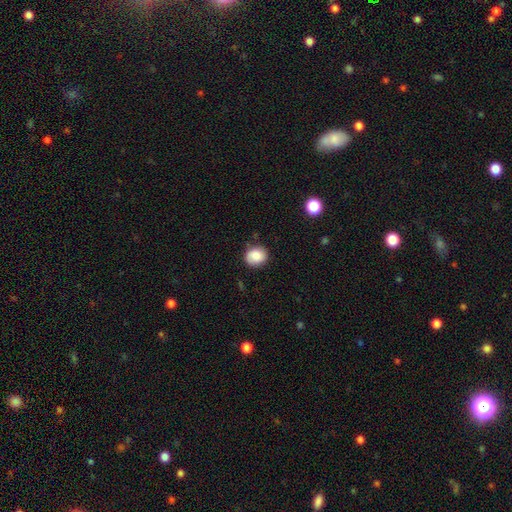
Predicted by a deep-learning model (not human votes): Morphology: type=smooth (84%); roundness=round (67%); merging=none (81%).